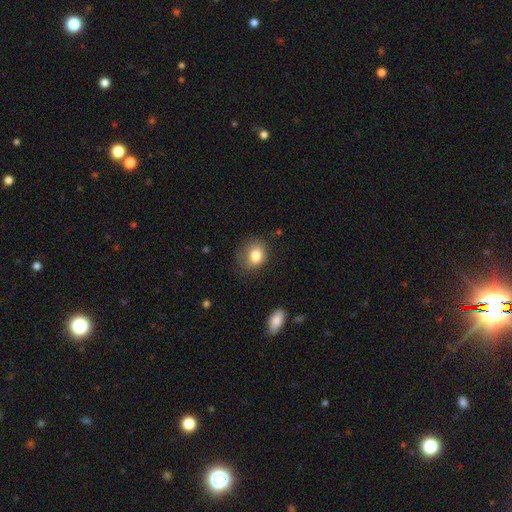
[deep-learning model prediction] The model was most divided on "how rounded": round: 61%, in between: 38%, cigar-shaped: 1%. More confident: smooth or featured — smooth (81%); merging — none (59%).